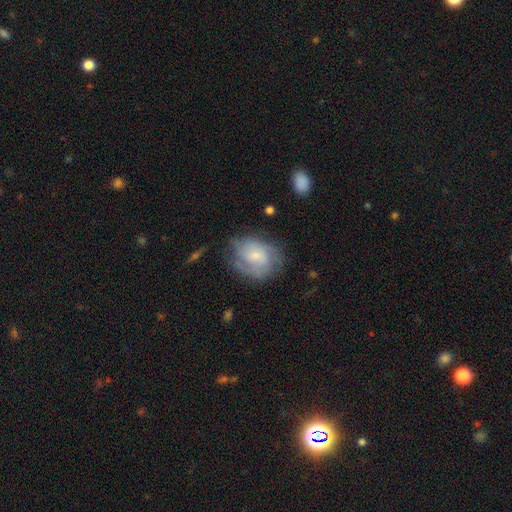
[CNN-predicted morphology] The model was most divided on "smooth or featured": featured or disk: 57%, smooth: 35%, star or artifact: 8%. More confident: edge-on disk — no (97%); spiral arms — yes (83%); bar — no (65%); bulge size — small (64%); merging — none (59%).